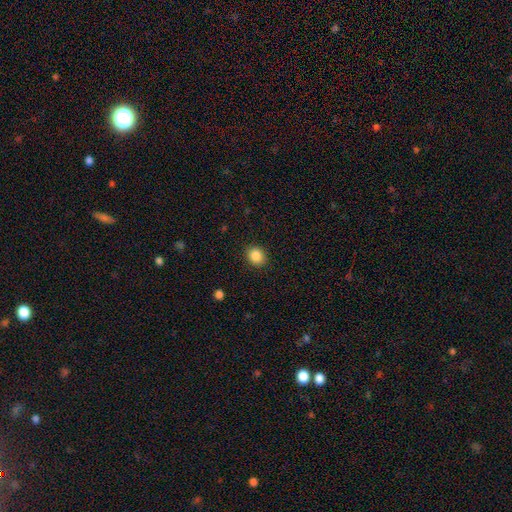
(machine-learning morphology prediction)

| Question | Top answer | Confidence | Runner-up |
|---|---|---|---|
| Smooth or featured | smooth | 87% | star or artifact (10%) |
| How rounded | round | 67% | in between (32%) |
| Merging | none | 89% | minor disturbance (7%) |